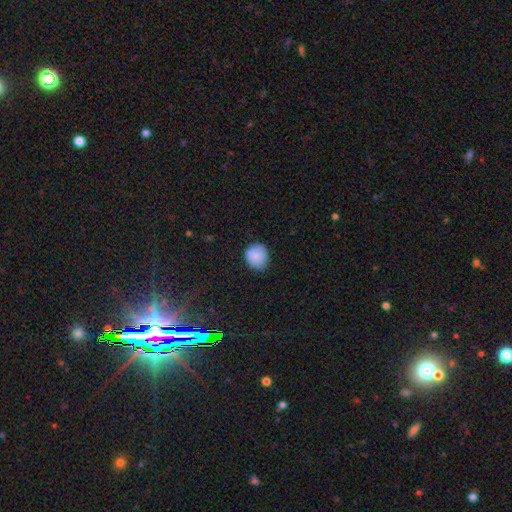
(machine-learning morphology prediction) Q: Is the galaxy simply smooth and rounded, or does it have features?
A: smooth — 83%.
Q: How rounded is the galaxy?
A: round — 79%.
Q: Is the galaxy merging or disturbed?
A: none — 80%.